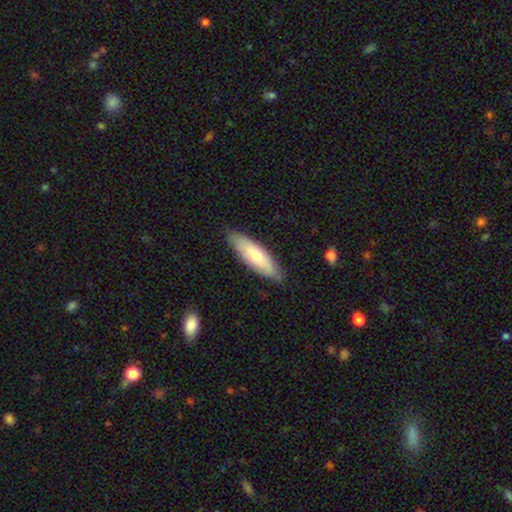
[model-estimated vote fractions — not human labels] Overall: smooth (63%; featured or disk 31%). How rounded: cigar-shaped (50%; in between 48%). Merging: none (83%).